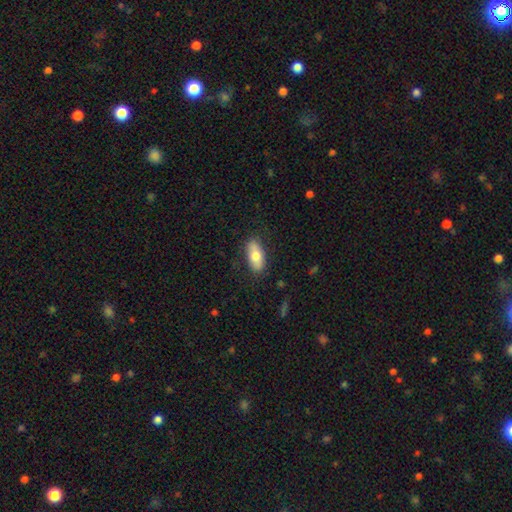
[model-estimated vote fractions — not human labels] A smooth galaxy with no disk features (71%) that is in between round and cigar-shaped (82%). Merging: none (82%).